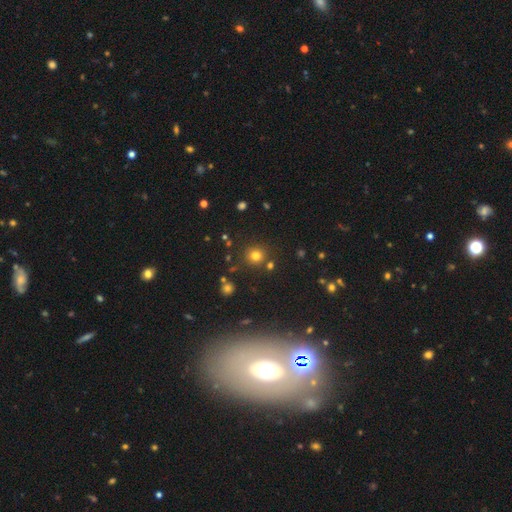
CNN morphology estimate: Smooth or featured?
  - smooth: 75% *
  - star or artifact: 18%
  - featured or disk: 7%
How rounded?
  - round: 91% *
  - in between: 8%
  - cigar-shaped: 1%
Merging?
  - none: 83% *
  - minor disturbance: 8%
  - merger: 6%
  - major disturbance: 3%